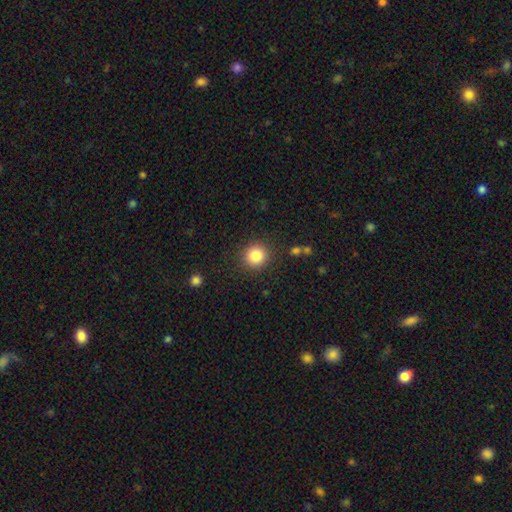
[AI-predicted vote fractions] Smooth or featured: smooth — 85% (star or artifact — 10%)
How rounded: round — 91% (in between — 8%)
Merging: none — 88% (minor disturbance — 7%)